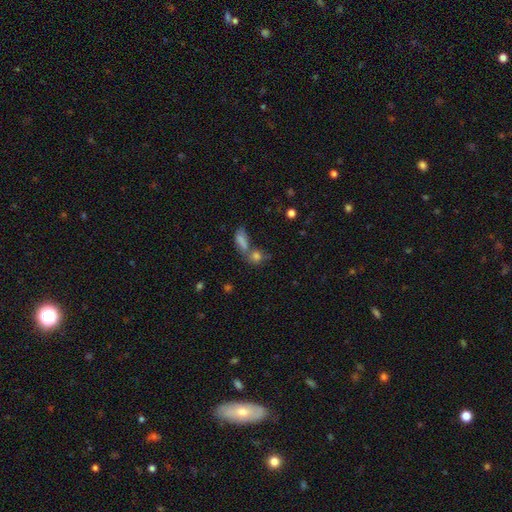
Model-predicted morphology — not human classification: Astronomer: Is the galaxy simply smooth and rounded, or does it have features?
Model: smooth — 66%.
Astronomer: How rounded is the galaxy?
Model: in between — 54% (runner-up: round, 37%).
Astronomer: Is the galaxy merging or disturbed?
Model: merger — 47% (runner-up: none, 38%).